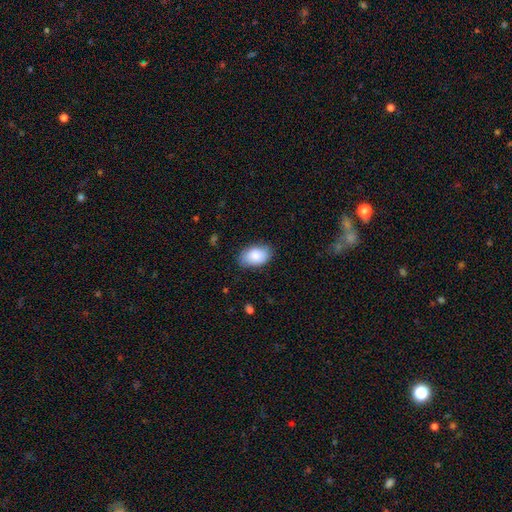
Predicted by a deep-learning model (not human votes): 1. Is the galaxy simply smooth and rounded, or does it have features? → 87% smooth, 7% featured or disk, 6% star or artifact.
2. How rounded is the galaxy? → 91% in between, 8% round, 1% cigar-shaped.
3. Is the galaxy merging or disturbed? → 80% none, 16% minor disturbance, 3% major disturbance, 1% merger.